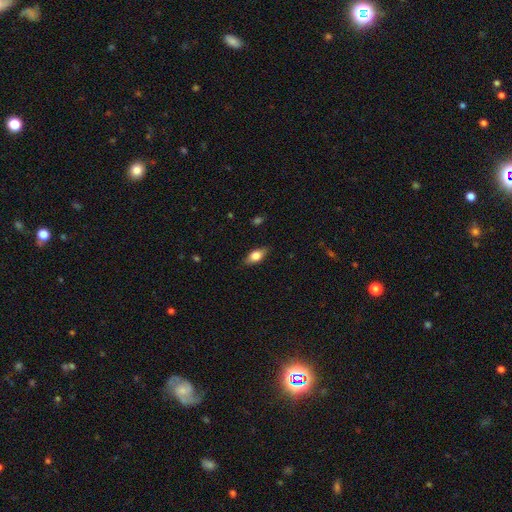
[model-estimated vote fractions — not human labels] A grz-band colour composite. It shows a smooth galaxy with no disk features (68%) that is in between round and cigar-shaped (81%). Merging: none (85%).